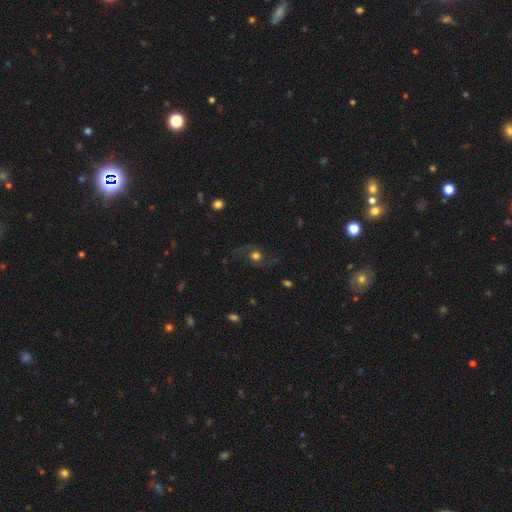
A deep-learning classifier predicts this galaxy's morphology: Smooth or featured? featured or disk (46%)
Merging? none (64%)